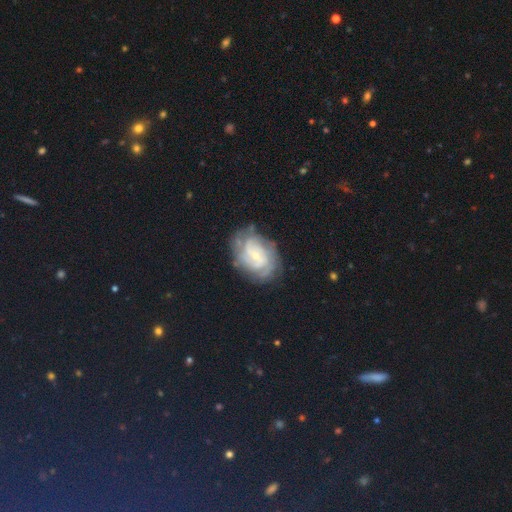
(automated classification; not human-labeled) A featured or disk galaxy (82%) with no bar (52%), tight (64%) spiral arms (93%) and a small central bulge (71%).

Vote fractions:
- Smooth or featured? featured or disk: 82% / smooth: 12% / star or artifact: 6%
- Edge-on disk? no: 97% / yes: 3%
- Bar? no: 52% / weak: 39% / strong: 9%
- Spiral arms? yes: 93% / no: 7%
- Spiral winding? tight: 64% / medium: 29% / loose: 7%
- Spiral arm count? can't tell: 38% / 2: 23% / 3: 17% / 4: 12% / more than 4: 6% / 1: 5%
- Bulge size? small: 71% / moderate: 24% / none: 2% / large: 2% / dominant: 1%
- Merging? none: 72% / minor disturbance: 19% / major disturbance: 7% / merger: 2%